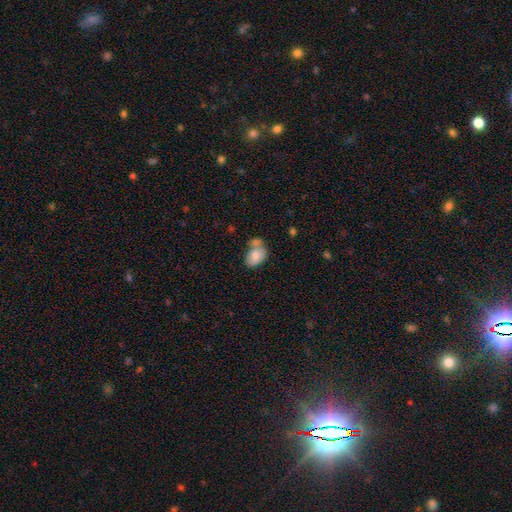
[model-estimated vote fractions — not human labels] The model was most divided on "merging": merger: 39%, none: 33%, minor disturbance: 19%, major disturbance: 9%. More confident: how rounded — in between (84%); smooth or featured — smooth (80%).